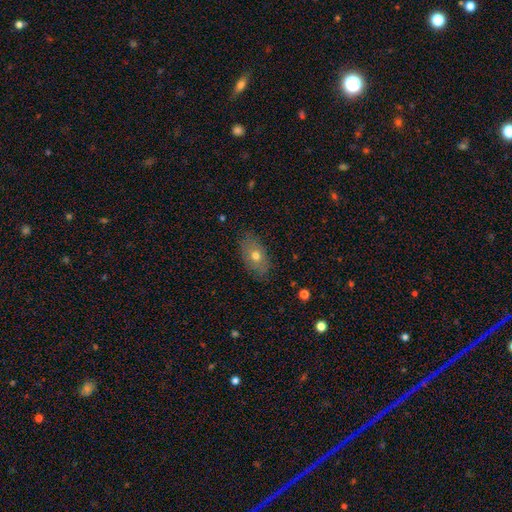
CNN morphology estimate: smooth_or_featured: smooth (p=0.65) [alt: featured or disk p=0.25]
how_rounded: in between (p=0.87) [alt: round p=0.10]
merging: none (p=0.84) [alt: minor disturbance p=0.12]